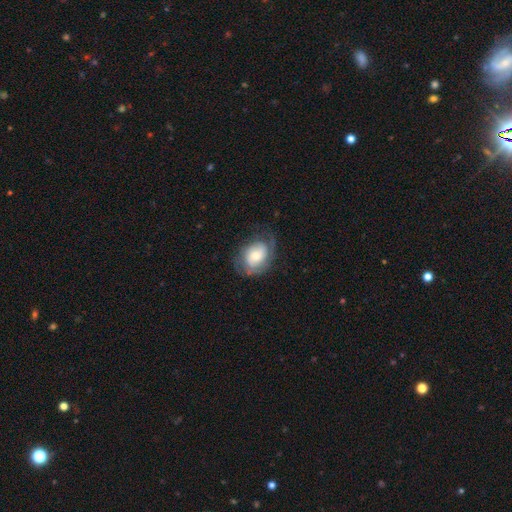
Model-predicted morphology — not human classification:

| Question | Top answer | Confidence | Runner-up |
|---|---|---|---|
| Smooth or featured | featured or disk | 53% | smooth (40%) |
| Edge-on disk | no | 96% | yes (4%) |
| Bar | no | 69% | weak (25%) |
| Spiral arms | yes | 80% | no (20%) |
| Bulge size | moderate | 47% | small (29%) |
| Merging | none | 58% | minor disturbance (25%) |